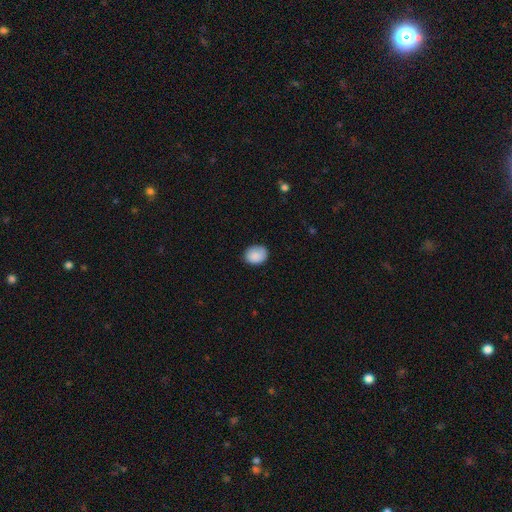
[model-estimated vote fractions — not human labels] smooth-or-featured: smooth: 87% | star or artifact: 7% | featured or disk: 5%
  how-rounded: in between: 56% | round: 43% | cigar-shaped: 1%
  merging: none: 79% | minor disturbance: 17% | major disturbance: 3% | merger: 1%